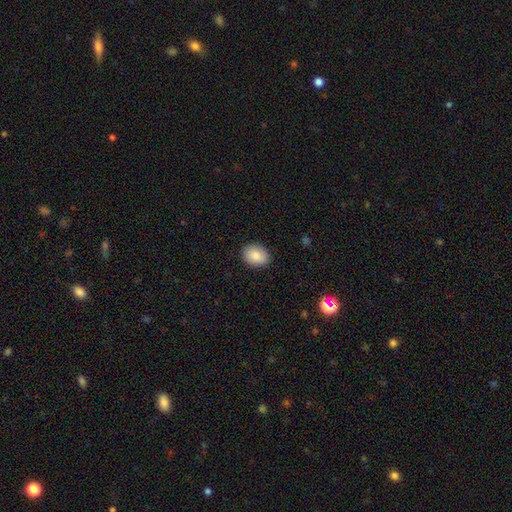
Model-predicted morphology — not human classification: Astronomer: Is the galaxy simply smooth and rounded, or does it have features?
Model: smooth — 87%.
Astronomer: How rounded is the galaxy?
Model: in between — 66%.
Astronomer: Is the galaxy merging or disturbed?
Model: none — 89%.